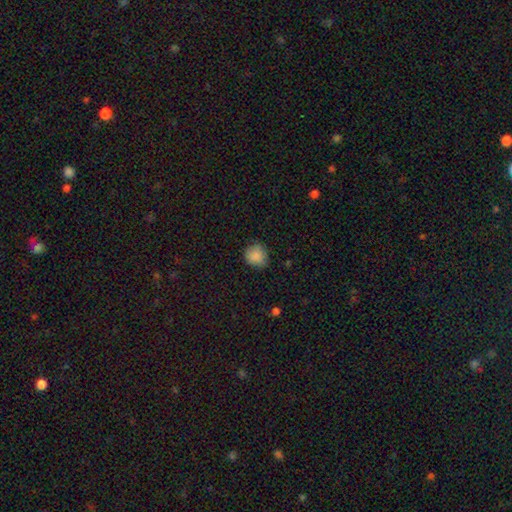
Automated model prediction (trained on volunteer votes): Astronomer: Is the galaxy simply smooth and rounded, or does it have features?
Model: smooth — 87%.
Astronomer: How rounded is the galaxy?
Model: round — 84%.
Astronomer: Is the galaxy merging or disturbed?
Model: none — 77%.